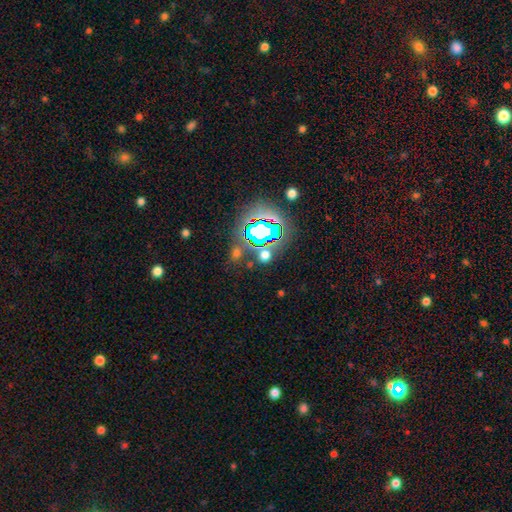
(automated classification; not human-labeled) A star or artifact, not a galaxy (79%).